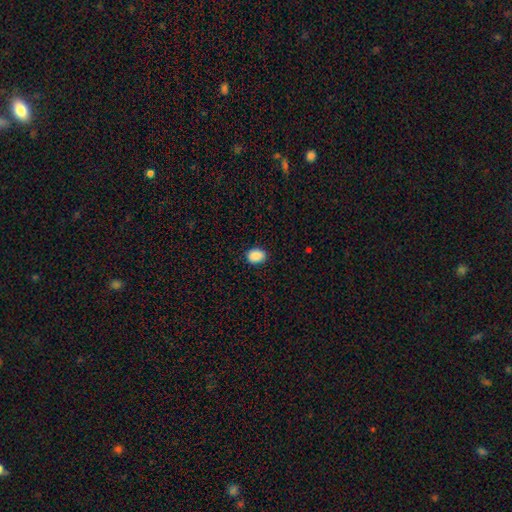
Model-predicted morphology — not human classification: This appears to be a smooth galaxy with no disk features (89%) that is in between round and cigar-shaped (64%). Merging: none (85%).